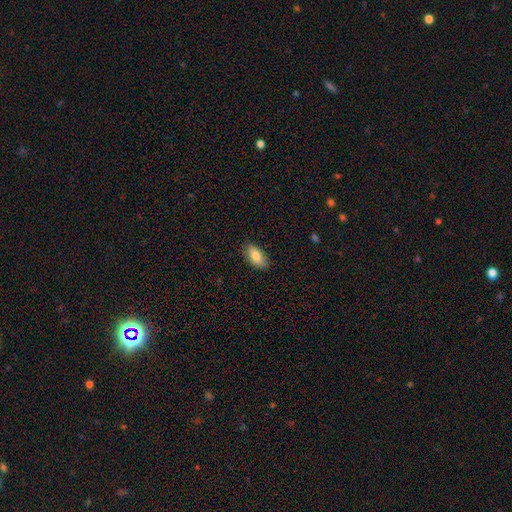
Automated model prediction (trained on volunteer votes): smooth 83%, featured or disk 11%, star or artifact 6%. Down the decision tree: how rounded — in between (90%); merging — none (86%).